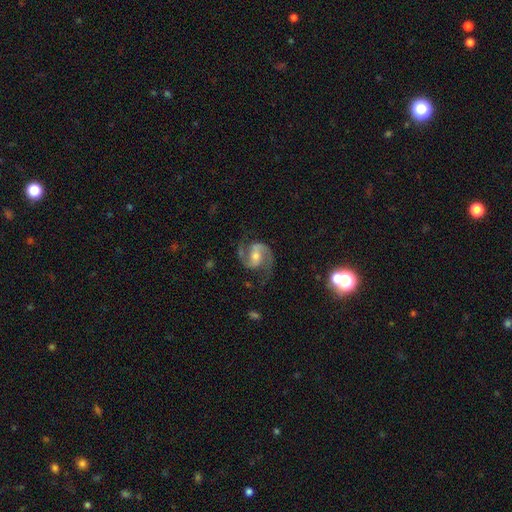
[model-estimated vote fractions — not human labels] This is clearly a featured or disk galaxy (91%). It is clearly not viewed edge-on (98%). Bar: marginally weak (43%). Spiral arm pattern: clearly yes (98%). Spiral arm count: clearly 2 (94%). Spiral winding: likely medium (63%). Central bulge: possibly moderate (59%). Merging: likely none (77%).